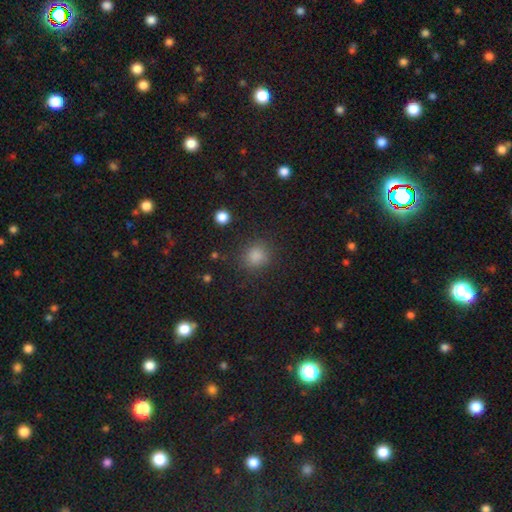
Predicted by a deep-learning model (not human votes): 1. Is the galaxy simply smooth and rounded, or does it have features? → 80% smooth, 15% star or artifact, 4% featured or disk.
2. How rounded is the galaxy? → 86% round, 13% in between, 1% cigar-shaped.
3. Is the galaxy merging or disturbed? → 87% none, 8% minor disturbance, 3% major disturbance, 2% merger.